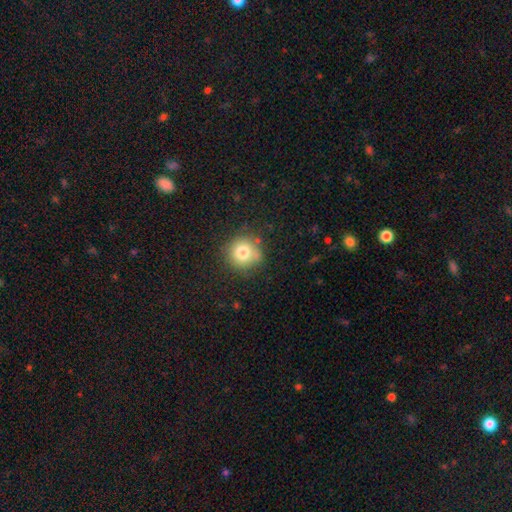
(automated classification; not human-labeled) smooth 75%, star or artifact 15%, featured or disk 9%. Down the decision tree: how rounded — round (93%); merging — none (81%).